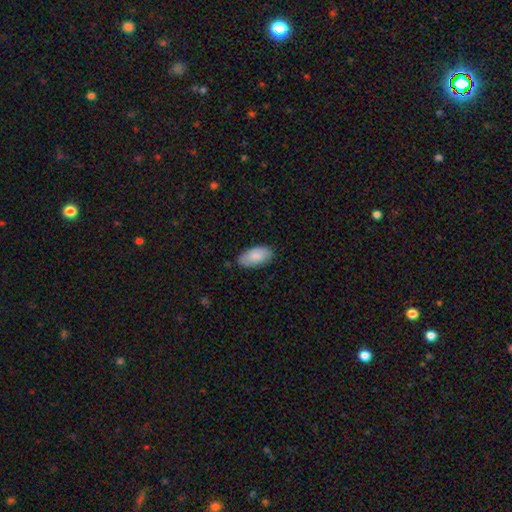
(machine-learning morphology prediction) smooth 84%, featured or disk 10%, star or artifact 6%. Down the decision tree: how rounded — in between (95%); merging — none (78%).